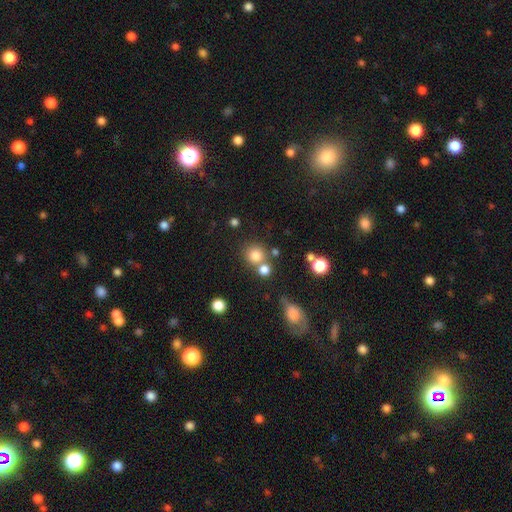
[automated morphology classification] smooth_or_featured: smooth (p=0.79) [alt: star or artifact p=0.14]
how_rounded: round (p=0.90) [alt: in between p=0.09]
merging: none (p=0.66) [alt: merger p=0.21]